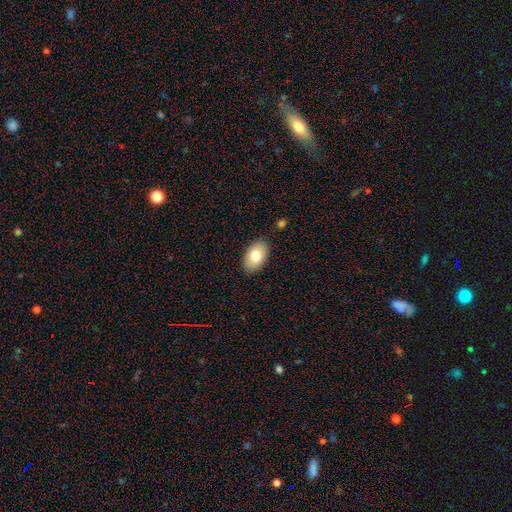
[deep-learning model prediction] This is likely a smooth galaxy (79%). How rounded: clearly in between (93%). Merging: clearly none (87%).